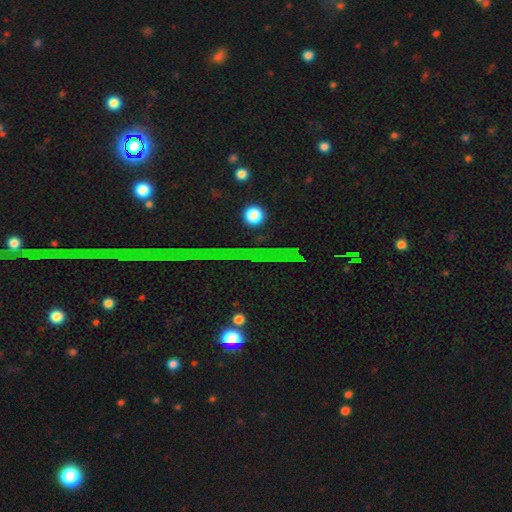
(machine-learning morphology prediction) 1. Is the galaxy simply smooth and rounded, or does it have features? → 83% star or artifact, 9% featured or disk, 8% smooth.